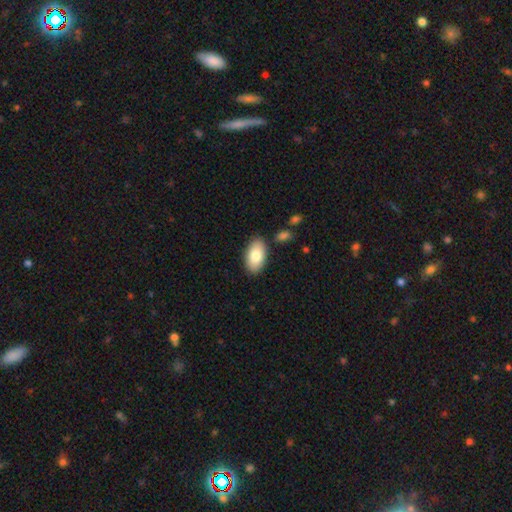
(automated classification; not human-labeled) Smooth or featured? smooth (81%)
How rounded? in between (95%)
Merging? none (86%)